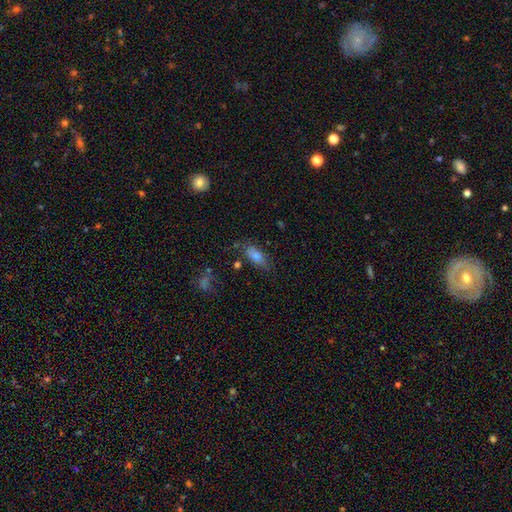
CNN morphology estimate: A smooth galaxy with no disk features (69%) that is in between round and cigar-shaped (79%).

Vote fractions:
- Smooth or featured? smooth: 69% / featured or disk: 21% / star or artifact: 10%
- How rounded? in between: 79% / cigar-shaped: 16% / round: 5%
- Merging? none: 69% / minor disturbance: 20% / major disturbance: 6% / merger: 5%